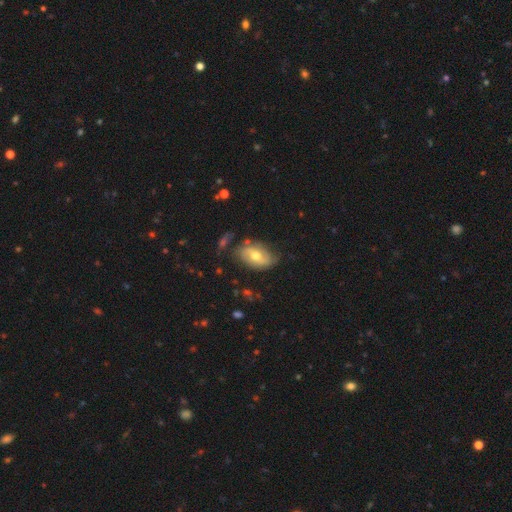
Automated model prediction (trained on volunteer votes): A featured or disk galaxy (51%). Merging: none (63%).